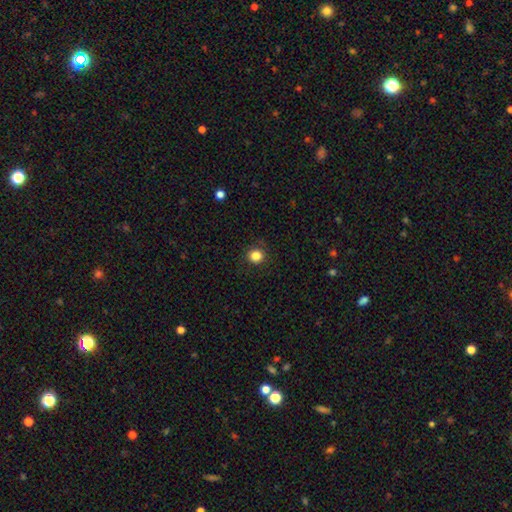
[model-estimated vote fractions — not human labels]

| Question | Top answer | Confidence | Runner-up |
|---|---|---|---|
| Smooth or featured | smooth | 84% | star or artifact (11%) |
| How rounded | round | 91% | in between (8%) |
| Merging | none | 88% | minor disturbance (8%) |